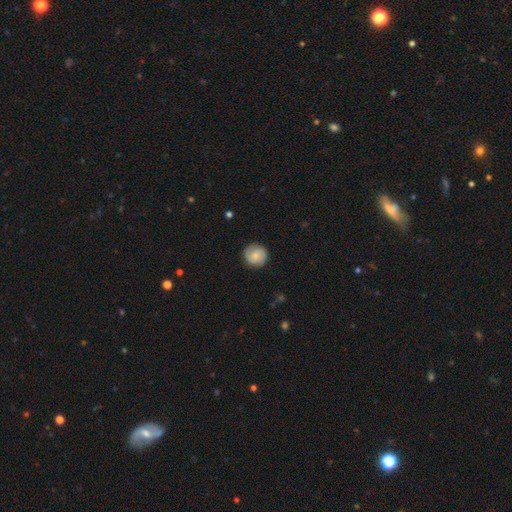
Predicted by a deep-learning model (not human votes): Smooth or featured? smooth (69%)
How rounded? round (92%)
Merging? none (85%)